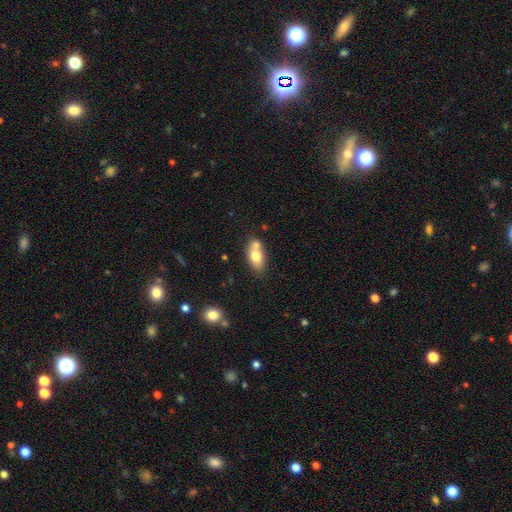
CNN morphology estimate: Smooth or featured?
  - smooth: 72% *
  - featured or disk: 20%
  - star or artifact: 8%
How rounded?
  - in between: 86% *
  - round: 10%
  - cigar-shaped: 4%
Merging?
  - none: 46% *
  - merger: 36%
  - minor disturbance: 14%
  - major disturbance: 4%